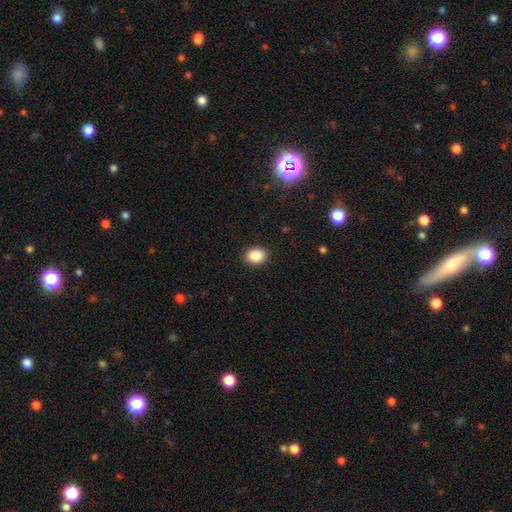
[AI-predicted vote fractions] Morphology: type=smooth (88%); roundness=in between (64%); merging=none (90%).